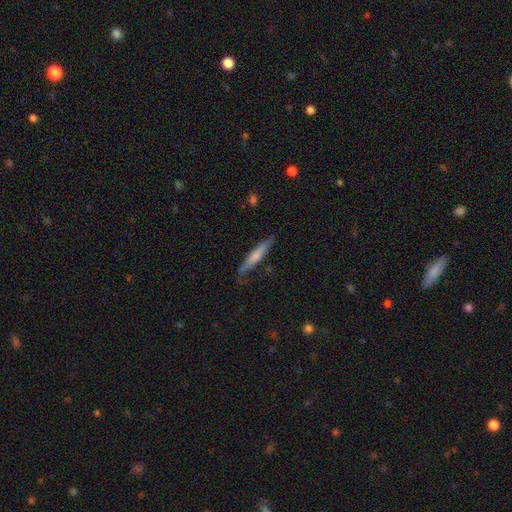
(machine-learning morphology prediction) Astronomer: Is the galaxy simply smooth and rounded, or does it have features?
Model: smooth — 63%.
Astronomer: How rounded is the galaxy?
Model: cigar-shaped — 91%.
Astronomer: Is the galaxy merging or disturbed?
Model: none — 74%.